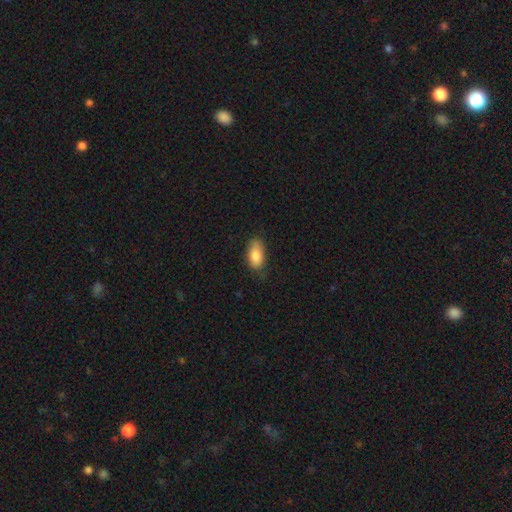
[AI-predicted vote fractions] Smooth or featured: smooth — 84% (featured or disk — 9%)
How rounded: in between — 91% (cigar-shaped — 5%)
Merging: none — 69% (minor disturbance — 24%)